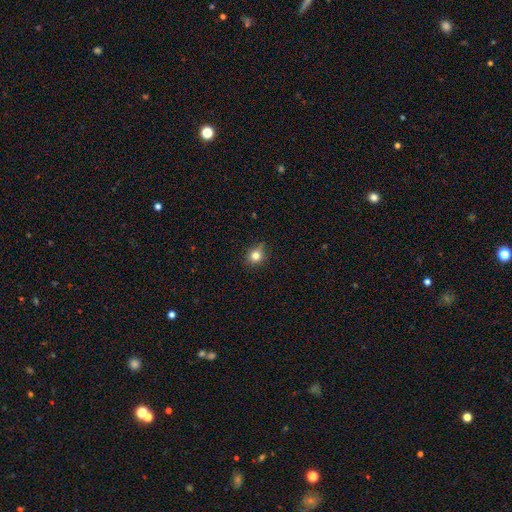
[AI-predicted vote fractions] Q: Smooth or featured?
A: smooth (79%); runner-up: star or artifact (13%)
Q: How rounded?
A: round (80%); runner-up: in between (18%)
Q: Merging?
A: none (75%); runner-up: minor disturbance (20%)